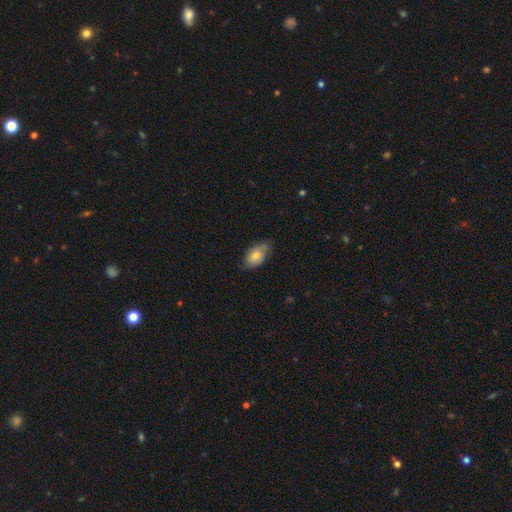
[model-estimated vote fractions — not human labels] Q: Smooth or featured?
A: smooth (72%); runner-up: featured or disk (21%)
Q: How rounded?
A: in between (91%); runner-up: round (7%)
Q: Merging?
A: none (67%); runner-up: minor disturbance (27%)